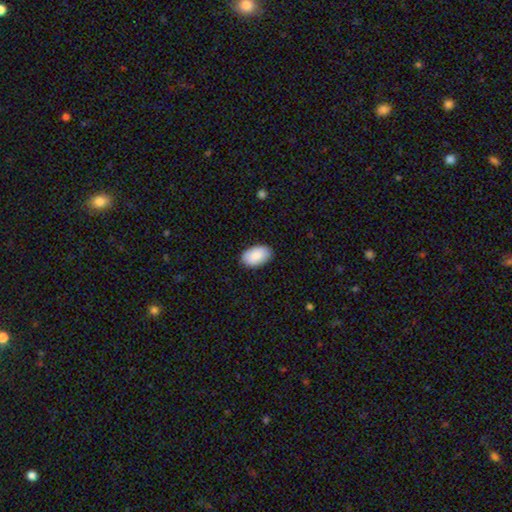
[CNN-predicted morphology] Overall: smooth (88%). How rounded: in between (94%). Merging: none (87%).